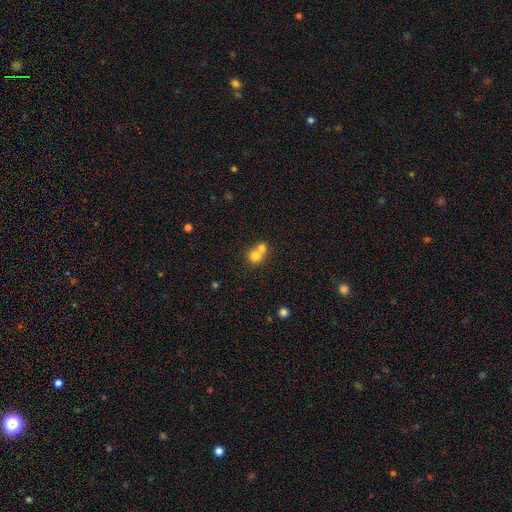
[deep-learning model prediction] The model was most divided on "merging": merger: 61%, none: 32%, minor disturbance: 5%, major disturbance: 2%. More confident: how rounded — round (81%); smooth or featured — smooth (74%).